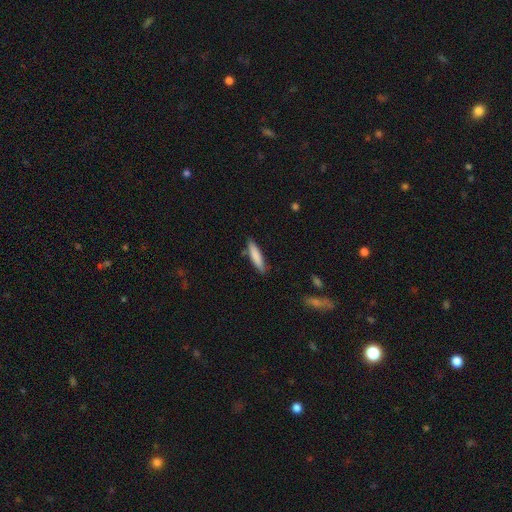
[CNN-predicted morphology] Q: Smooth or featured?
A: smooth (82%); runner-up: featured or disk (12%)
Q: How rounded?
A: cigar-shaped (81%); runner-up: in between (17%)
Q: Merging?
A: none (83%); runner-up: minor disturbance (12%)